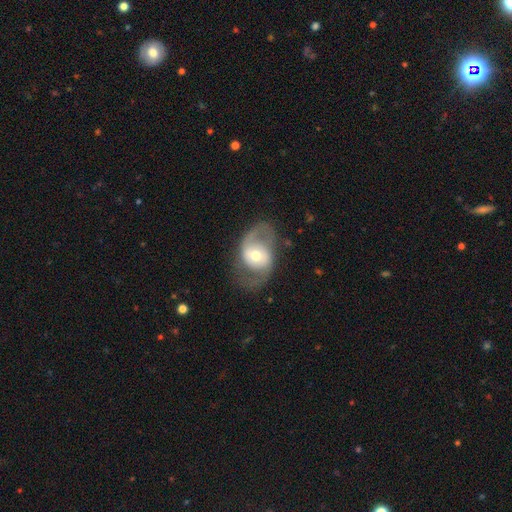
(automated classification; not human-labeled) The model was most divided on "spiral winding": medium: 48%, loose: 37%, tight: 15%. More confident: edge-on disk — no (96%); spiral arm count — 2 (87%); spiral arms — yes (81%); smooth or featured — featured or disk (75%); merging — none (67%); bulge size — moderate (64%); bar — no (58%).